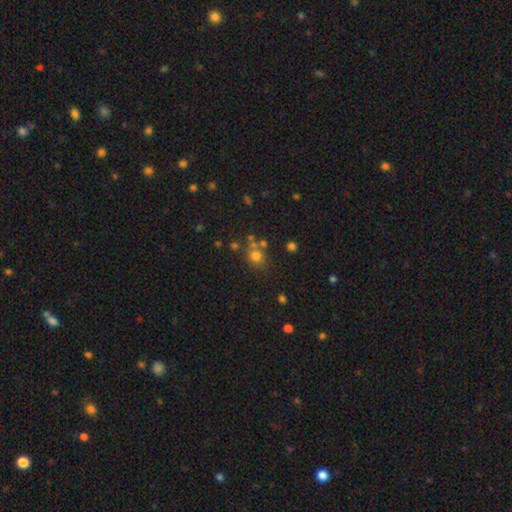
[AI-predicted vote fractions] Smooth or featured: smooth — 71% (star or artifact — 20%)
How rounded: round — 85% (in between — 14%)
Merging: none — 65% (merger — 19%)